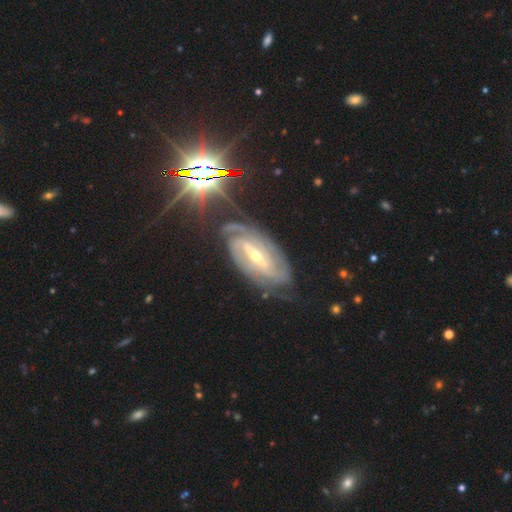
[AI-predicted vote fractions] smooth_or_featured: featured or disk (p=0.85) [alt: star or artifact p=0.10]
disk_edge_on: no (p=0.93) [alt: yes p=0.07]
bar: strong (p=0.52) [alt: weak p=0.34]
has_spiral_arms: yes (p=0.96) [alt: no p=0.04]
spiral_winding: tight (p=0.58) [alt: medium p=0.33]
spiral_arm_count: 2 (p=0.43) [alt: can't tell p=0.23]
bulge_size: small (p=0.52) [alt: moderate p=0.45]
merging: none (p=0.72) [alt: minor disturbance p=0.18]